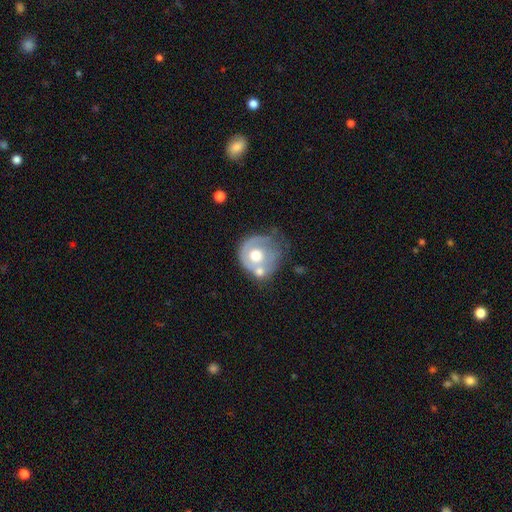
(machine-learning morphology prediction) Overall: featured or disk (56%; smooth 39%). Edge-on disk: no (97%). Bar: no (87%). Spiral arms: no (61%; yes 39%). Bulge size: moderate (64%; large 27%). Merging: none (33%; merger 28%).